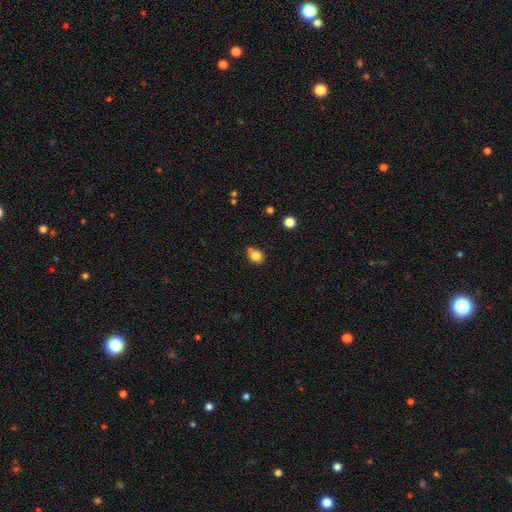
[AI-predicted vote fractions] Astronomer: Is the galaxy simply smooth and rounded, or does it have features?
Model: smooth — 80%.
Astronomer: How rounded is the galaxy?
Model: round — 66%.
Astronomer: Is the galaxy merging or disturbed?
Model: none — 62%.